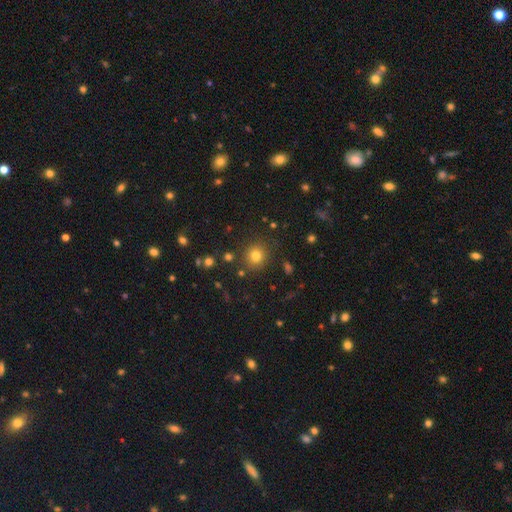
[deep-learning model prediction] smooth-or-featured: smooth: 78% | star or artifact: 15% | featured or disk: 7%
  how-rounded: round: 90% | in between: 9% | cigar-shaped: 1%
  merging: none: 87% | minor disturbance: 7% | major disturbance: 3% | merger: 3%